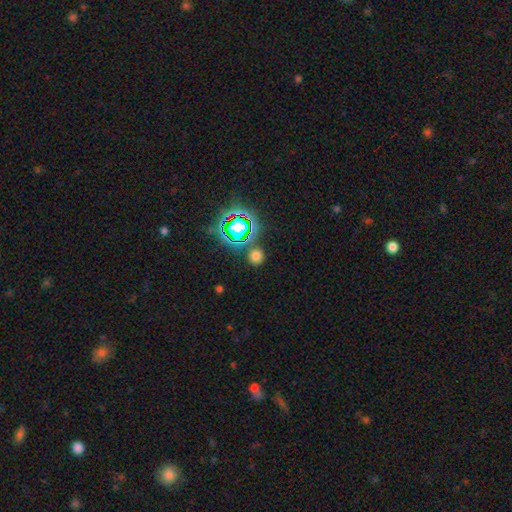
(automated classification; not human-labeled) Smooth or featured? smooth (66%)
How rounded? round (89%)
Merging? none (84%)